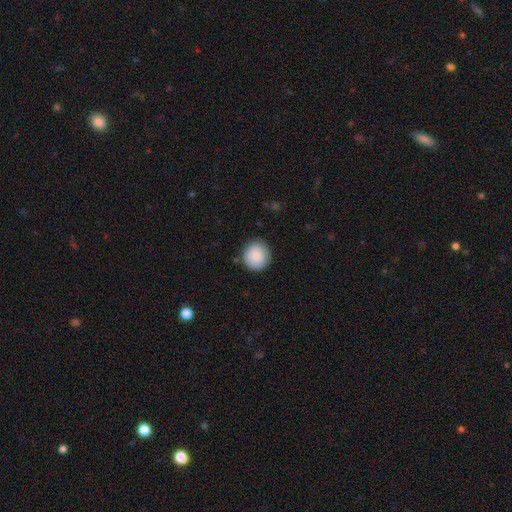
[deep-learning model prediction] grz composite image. It shows a smooth galaxy with no disk features (88%) that is round (90%). Merging: none (85%).